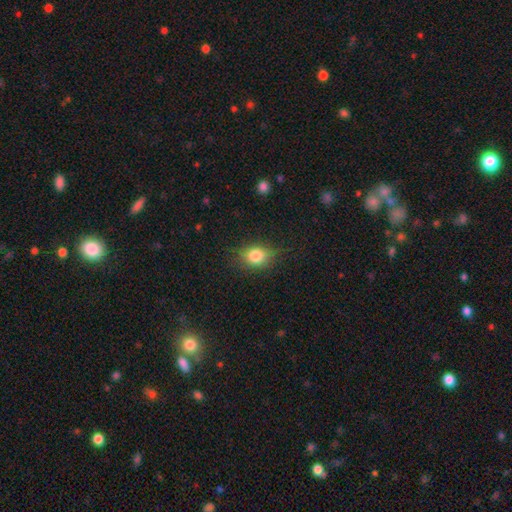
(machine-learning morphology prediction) Smooth or featured: smooth — 82% (star or artifact — 11%)
How rounded: in between — 53% (round — 46%)
Merging: none — 80% (minor disturbance — 15%)